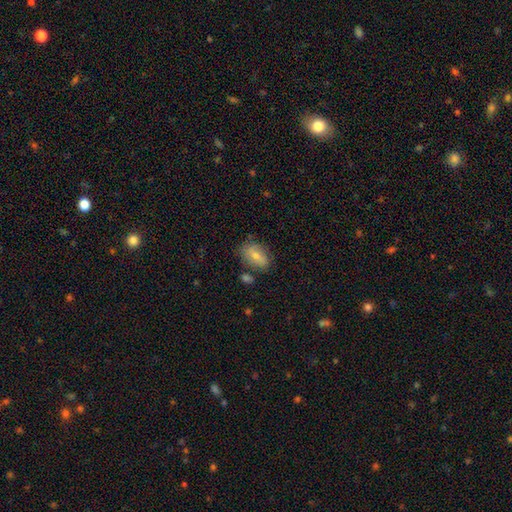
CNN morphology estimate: Smooth or featured?
  - smooth: 69% *
  - featured or disk: 23%
  - star or artifact: 8%
How rounded?
  - in between: 84% *
  - round: 14%
  - cigar-shaped: 2%
Merging?
  - none: 66% *
  - minor disturbance: 21%
  - merger: 7%
  - major disturbance: 6%